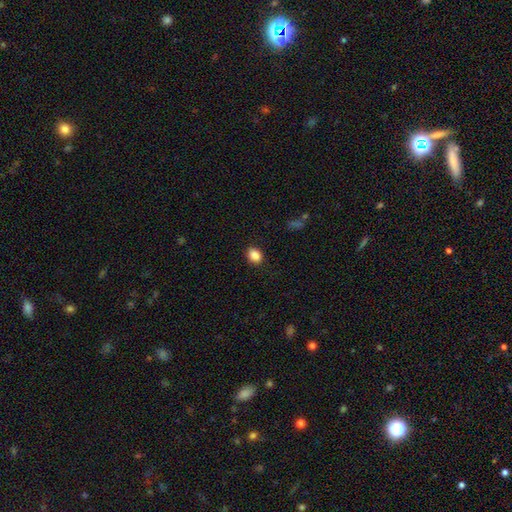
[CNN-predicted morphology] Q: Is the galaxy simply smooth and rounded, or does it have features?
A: smooth — 88%.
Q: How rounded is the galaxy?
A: in between — 61%.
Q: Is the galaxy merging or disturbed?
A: none — 88%.